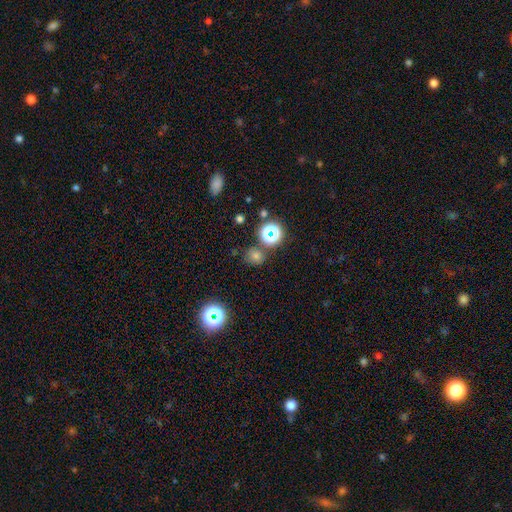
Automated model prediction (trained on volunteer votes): A smooth galaxy with no disk features (59%) that is round (79%).

Vote fractions:
- Smooth or featured? smooth: 59% / star or artifact: 33% / featured or disk: 8%
- How rounded? round: 79% / in between: 20% / cigar-shaped: 1%
- Merging? none: 78% / minor disturbance: 11% / merger: 8% / major disturbance: 4%